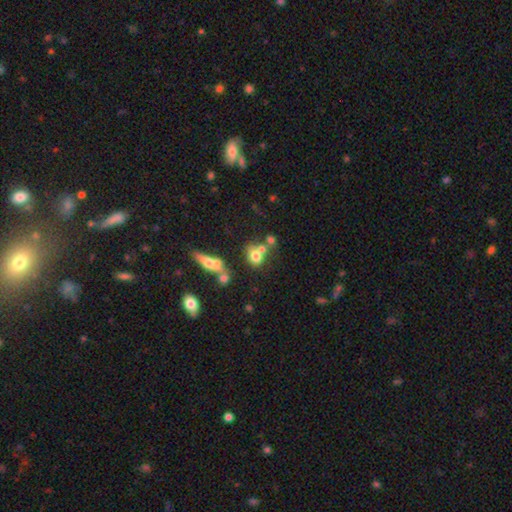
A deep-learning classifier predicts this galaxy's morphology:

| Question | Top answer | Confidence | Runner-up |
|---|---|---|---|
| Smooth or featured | smooth | 69% | featured or disk (18%) |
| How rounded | round | 52% | in between (45%) |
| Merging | merger | 42% | none (40%) |